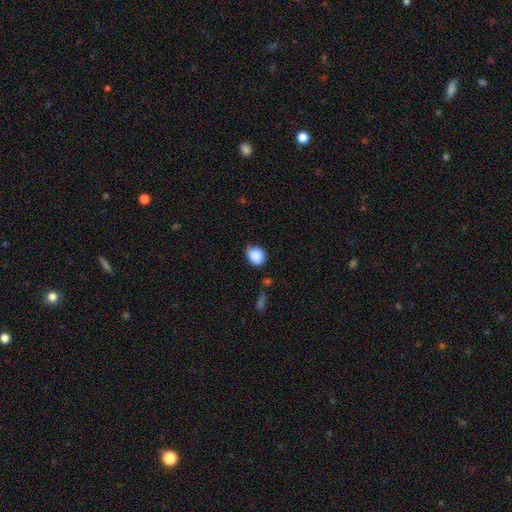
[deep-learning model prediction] The model was most divided on "how rounded": round: 50%, in between: 49%, cigar-shaped: 1%. More confident: smooth or featured — smooth (88%); merging — none (57%).